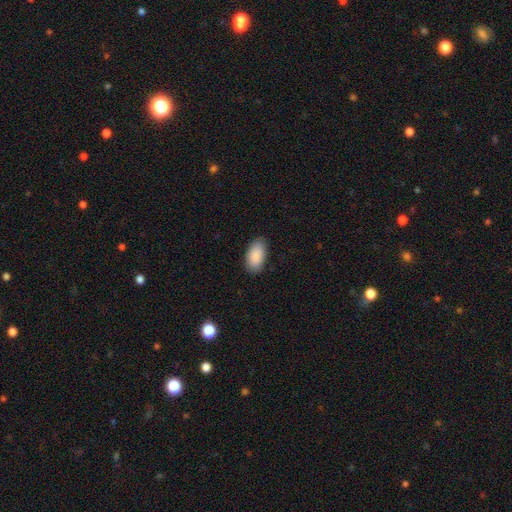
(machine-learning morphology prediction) Smooth or featured? Predicted: smooth (p=0.90). How rounded? Predicted: in between (p=0.95). Merging? Predicted: none (p=0.84).